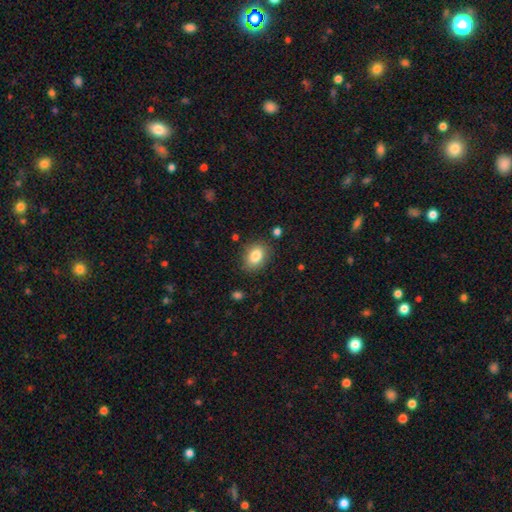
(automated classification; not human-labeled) Smooth or featured?
  - smooth: 84% *
  - star or artifact: 9%
  - featured or disk: 8%
How rounded?
  - in between: 75% *
  - round: 24%
  - cigar-shaped: 1%
Merging?
  - none: 83% *
  - minor disturbance: 12%
  - major disturbance: 3%
  - merger: 2%